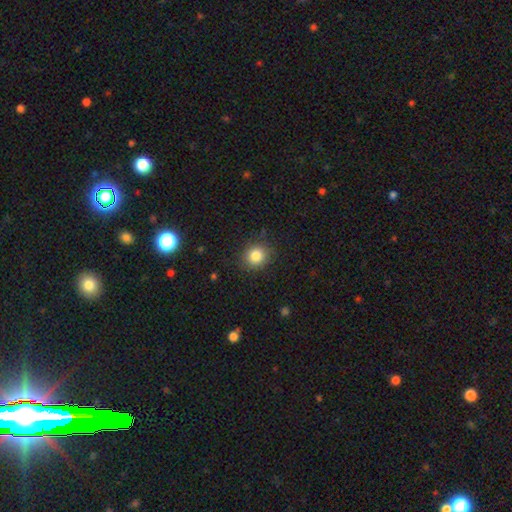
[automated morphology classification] smooth 84%, star or artifact 11%, featured or disk 6%. Down the decision tree: how rounded — round (81%); merging — none (87%).